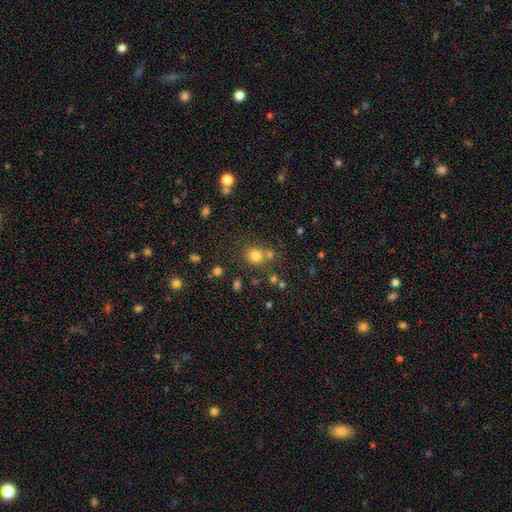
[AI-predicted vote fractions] Smooth or featured?
  - smooth: 77% *
  - star or artifact: 16%
  - featured or disk: 7%
How rounded?
  - round: 85% *
  - in between: 14%
  - cigar-shaped: 1%
Merging?
  - none: 67% *
  - merger: 19%
  - minor disturbance: 10%
  - major disturbance: 4%